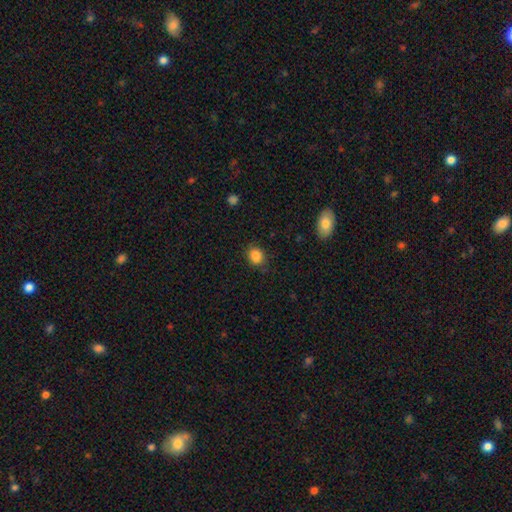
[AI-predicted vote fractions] Smooth or featured?
  - smooth: 86% *
  - star or artifact: 10%
  - featured or disk: 4%
How rounded?
  - round: 56% *
  - in between: 43%
  - cigar-shaped: 1%
Merging?
  - none: 82% *
  - minor disturbance: 13%
  - major disturbance: 3%
  - merger: 2%